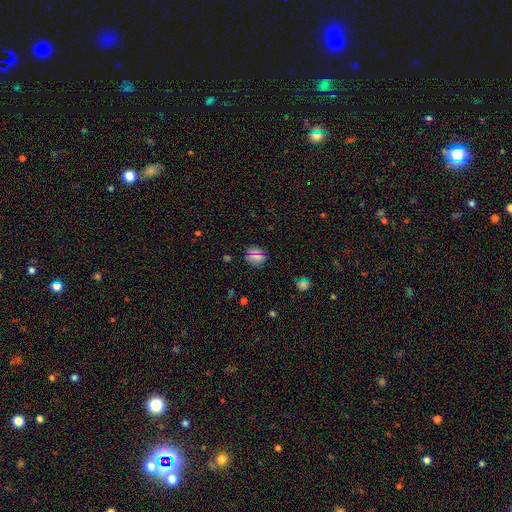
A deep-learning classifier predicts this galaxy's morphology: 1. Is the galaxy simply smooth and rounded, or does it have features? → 68% smooth, 25% star or artifact, 7% featured or disk.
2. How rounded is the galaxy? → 83% round, 15% in between, 2% cigar-shaped.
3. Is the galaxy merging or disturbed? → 87% none, 9% minor disturbance, 3% major disturbance, 2% merger.